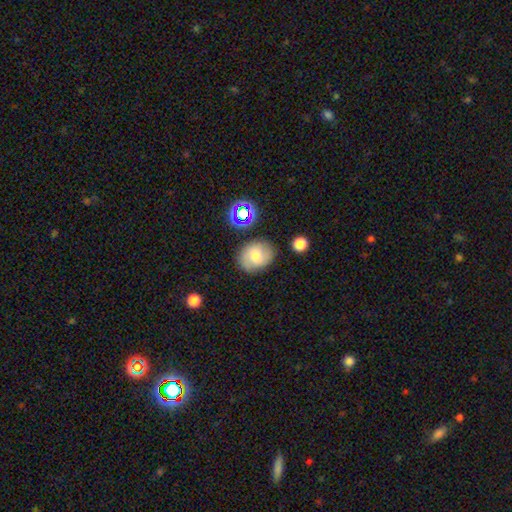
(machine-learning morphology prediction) type=smooth (59%); roundness=round (52%); merging=none (77%).